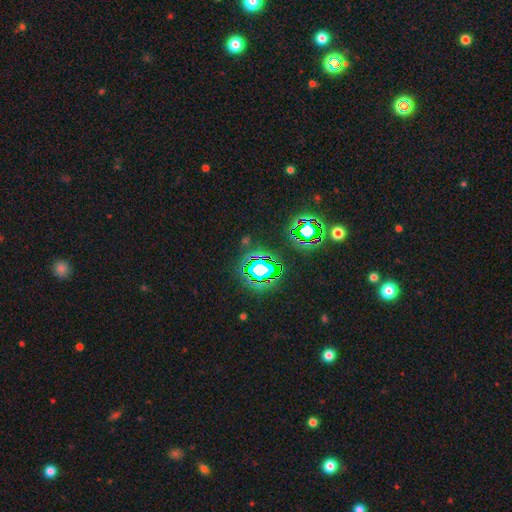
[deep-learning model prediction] Smooth or featured? Predicted: star or artifact (p=0.77).